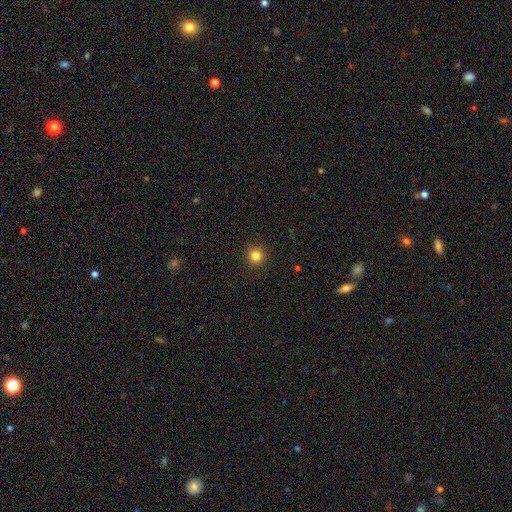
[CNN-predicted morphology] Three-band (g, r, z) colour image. It shows a smooth galaxy with no disk features (83%) that is round (94%). Merging: none (92%).